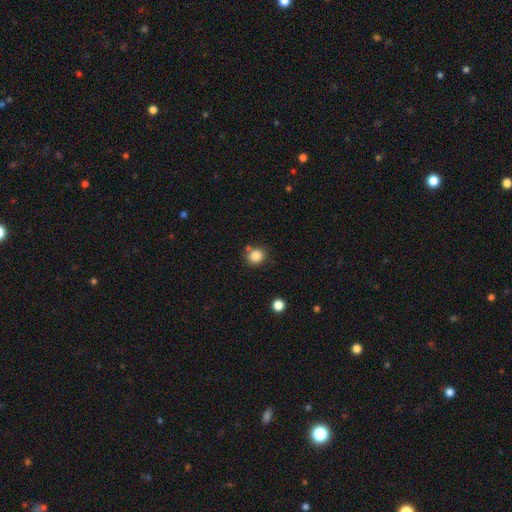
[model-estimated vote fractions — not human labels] smooth 85%, star or artifact 10%, featured or disk 4%. Down the decision tree: how rounded — round (78%); merging — none (75%).